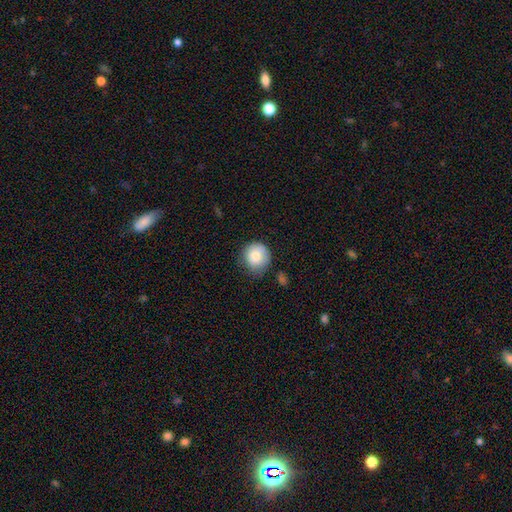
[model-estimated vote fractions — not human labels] Smooth or featured?
  - smooth: 83% *
  - featured or disk: 9%
  - star or artifact: 8%
How rounded?
  - round: 88% *
  - in between: 11%
  - cigar-shaped: 1%
Merging?
  - none: 63% *
  - minor disturbance: 27%
  - major disturbance: 7%
  - merger: 3%